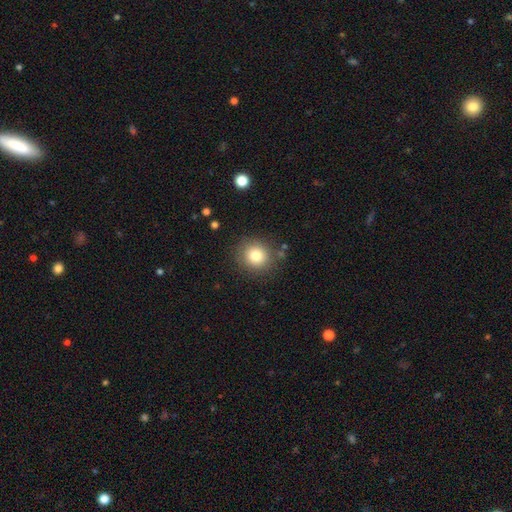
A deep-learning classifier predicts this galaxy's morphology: type=smooth (78%); roundness=round (90%); merging=none (85%).